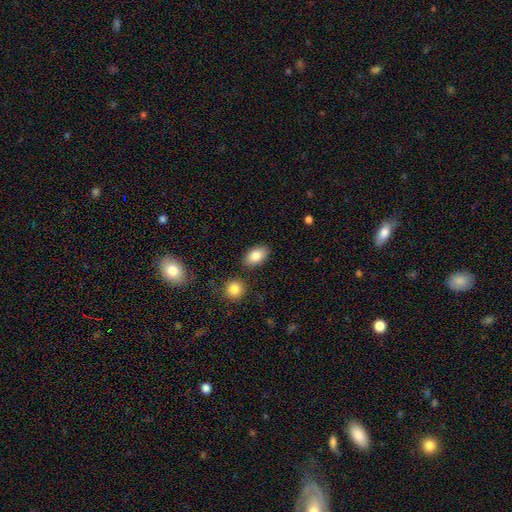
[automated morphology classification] Overall: smooth (84%). How rounded: in between (92%). Merging: none (84%).